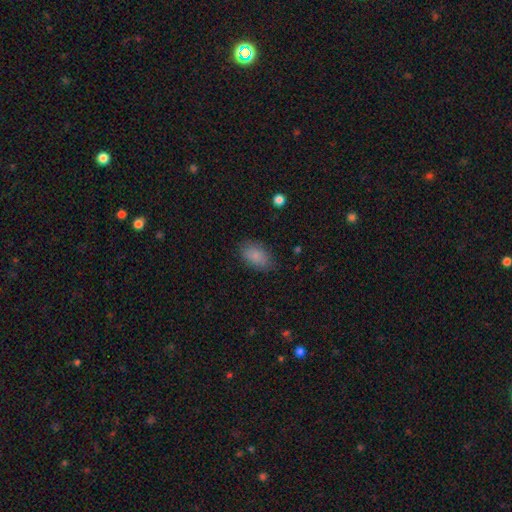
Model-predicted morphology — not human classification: Q: Smooth or featured?
A: smooth (86%); runner-up: star or artifact (8%)
Q: How rounded?
A: in between (91%); runner-up: round (7%)
Q: Merging?
A: none (82%); runner-up: minor disturbance (13%)